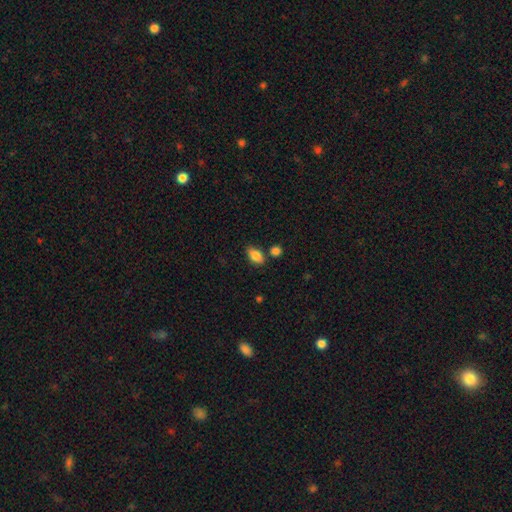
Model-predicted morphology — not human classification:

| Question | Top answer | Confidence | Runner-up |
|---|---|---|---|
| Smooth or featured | smooth | 84% | star or artifact (8%) |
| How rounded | in between | 88% | round (8%) |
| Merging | none | 73% | minor disturbance (15%) |